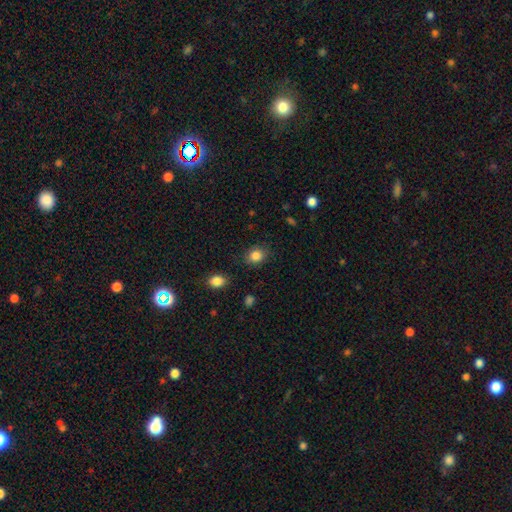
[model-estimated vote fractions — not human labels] smooth_or_featured: smooth (p=0.85) [alt: star or artifact p=0.10]
how_rounded: round (p=0.55) [alt: in between p=0.44]
merging: none (p=0.83) [alt: minor disturbance p=0.12]